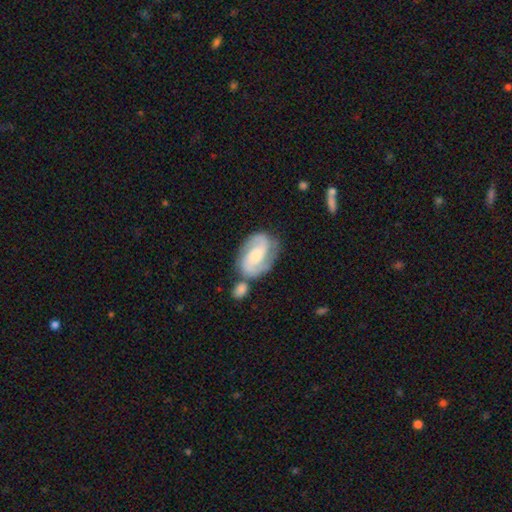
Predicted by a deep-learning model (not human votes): A featured or disk galaxy (83%) with no bar (43%), 2 (87%) medium (52%) spiral arms (97%) and a moderate central bulge (45%).

Vote fractions:
- Smooth or featured? featured or disk: 83% / smooth: 12% / star or artifact: 5%
- Edge-on disk? no: 97% / yes: 3%
- Bar? no: 43% / weak: 42% / strong: 16%
- Spiral arms? yes: 97% / no: 3%
- Spiral winding? medium: 52% / tight: 31% / loose: 16%
- Spiral arm count? 2: 87% / 3: 5% / can't tell: 4% / 1: 2% / 4: 1% / more than 4: 1%
- Bulge size? moderate: 45% / small: 34% / large: 11% / none: 8% / dominant: 2%
- Merging? none: 57% / merger: 21% / minor disturbance: 16% / major disturbance: 6%